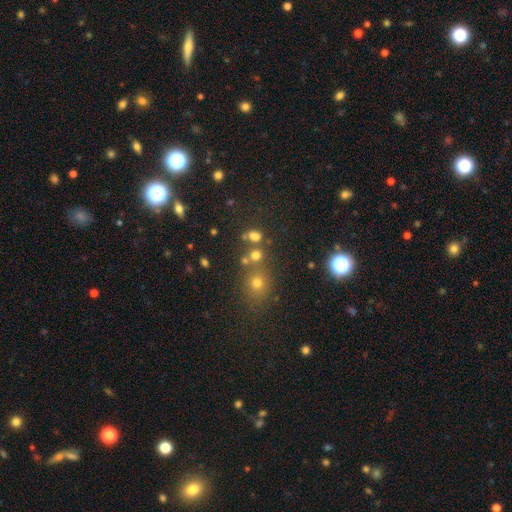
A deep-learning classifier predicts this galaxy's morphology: smooth_or_featured: smooth (p=0.58) [alt: star or artifact p=0.32]
how_rounded: round (p=0.80) [alt: in between p=0.18]
merging: none (p=0.65) [alt: merger p=0.22]